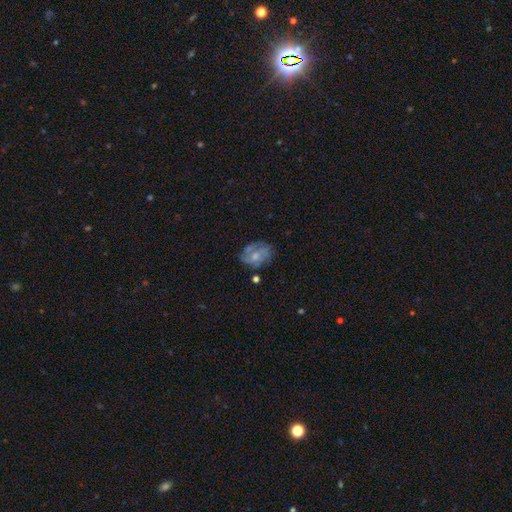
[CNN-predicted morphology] This appears to be a featured or disk galaxy (56%) with no bar (79%), spiral arms (60%) and a moderate central bulge (49%). Merging: none (59%).